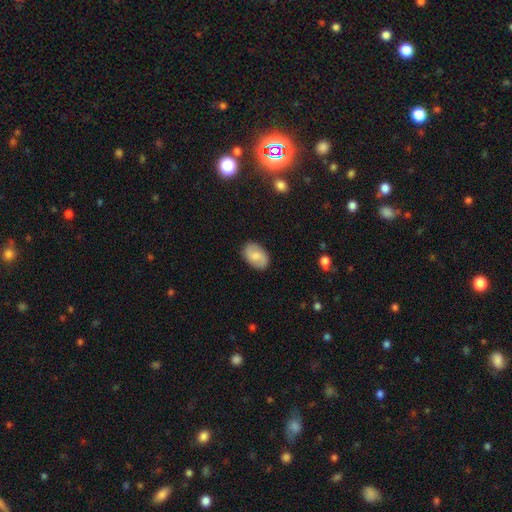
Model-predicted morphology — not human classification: Q: Smooth or featured?
A: smooth (57%); runner-up: featured or disk (35%)
Q: How rounded?
A: in between (88%); runner-up: round (10%)
Q: Merging?
A: none (85%); runner-up: minor disturbance (12%)